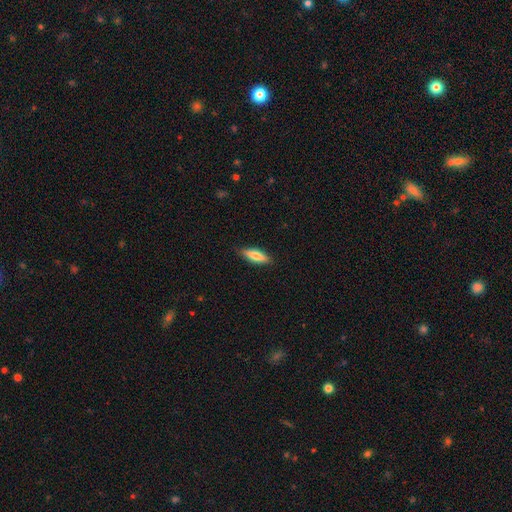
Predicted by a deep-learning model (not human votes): This appears to be a smooth galaxy with no disk features (71%) that is cigar-shaped (50%). Merging: none (86%).